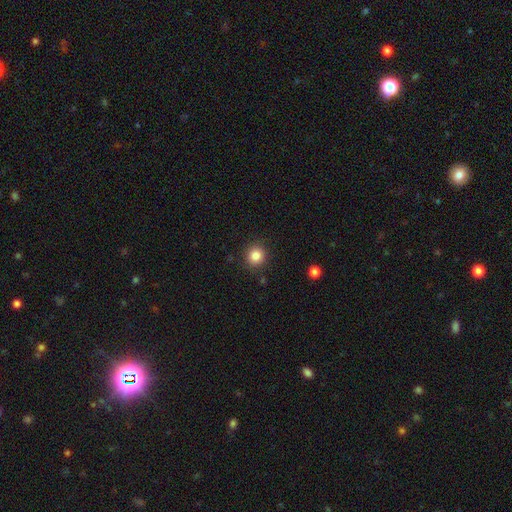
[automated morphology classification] Overall: smooth (85%). How rounded: round (90%). Merging: none (89%).